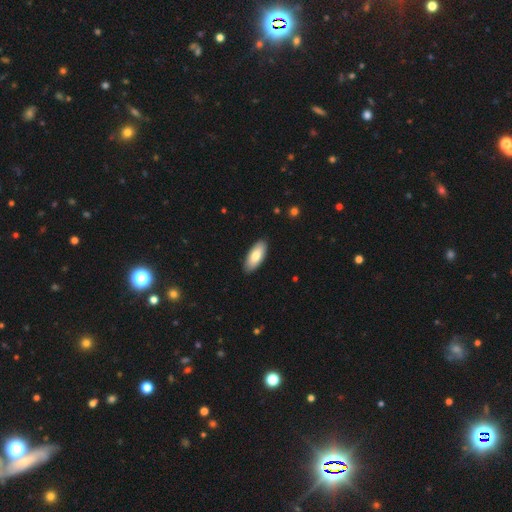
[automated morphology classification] Q: Smooth or featured?
A: smooth (79%); runner-up: featured or disk (15%)
Q: How rounded?
A: in between (86%); runner-up: cigar-shaped (13%)
Q: Merging?
A: none (89%); runner-up: minor disturbance (8%)